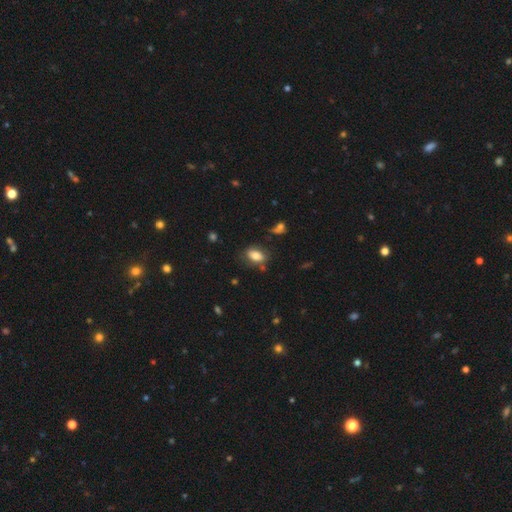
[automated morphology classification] The model was most divided on "merging": none: 73%, minor disturbance: 16%, merger: 5%, major disturbance: 5%. More confident: how rounded — in between (86%); smooth or featured — smooth (79%).